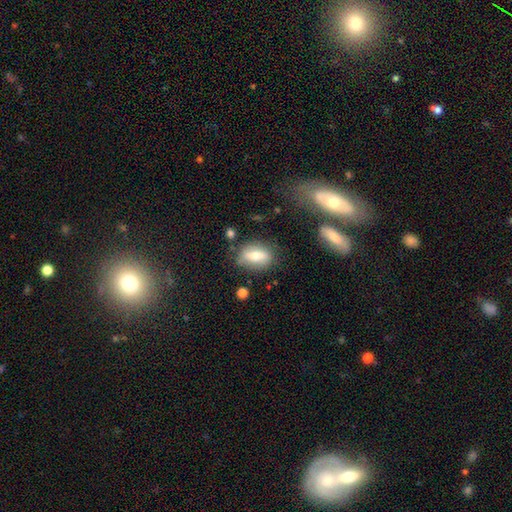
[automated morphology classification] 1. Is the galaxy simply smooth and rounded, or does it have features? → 56% smooth, 36% featured or disk, 8% star or artifact.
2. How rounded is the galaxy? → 75% in between, 18% round, 7% cigar-shaped.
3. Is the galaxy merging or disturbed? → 76% none, 15% minor disturbance, 5% major disturbance, 4% merger.